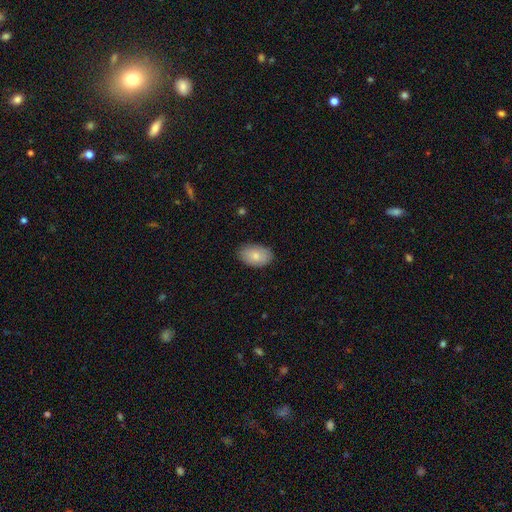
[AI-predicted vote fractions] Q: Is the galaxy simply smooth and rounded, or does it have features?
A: smooth — 82%.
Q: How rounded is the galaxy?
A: in between — 91%.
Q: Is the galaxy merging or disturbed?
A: none — 84%.